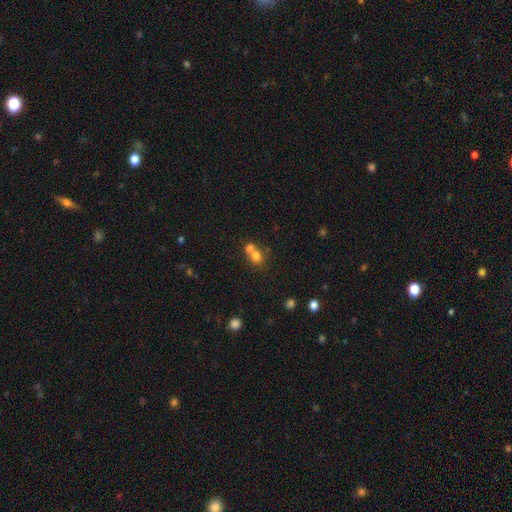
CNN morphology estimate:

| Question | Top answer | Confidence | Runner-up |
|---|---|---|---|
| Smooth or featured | smooth | 73% | star or artifact (14%) |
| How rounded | round | 71% | in between (28%) |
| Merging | merger | 56% | none (35%) |